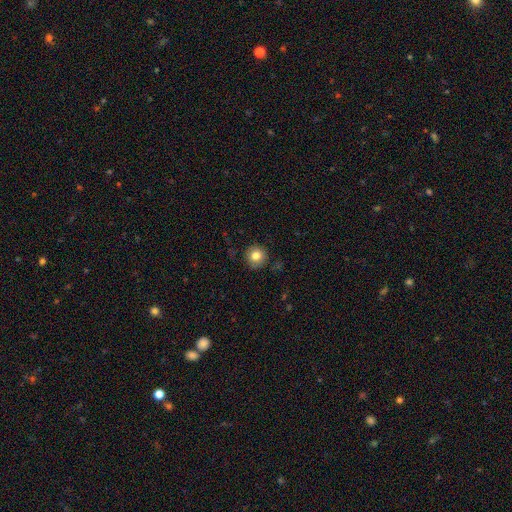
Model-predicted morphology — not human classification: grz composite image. It shows a smooth galaxy with no disk features (81%) that is round (92%). Merging: none (86%).